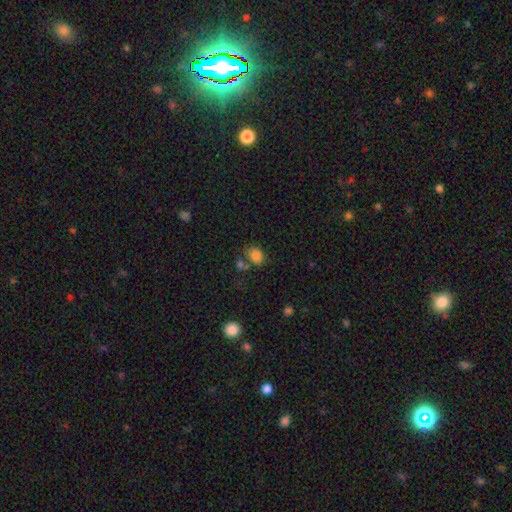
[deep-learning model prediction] Morphology: type=smooth (80%); roundness=in between (53%); merging=none (54%).